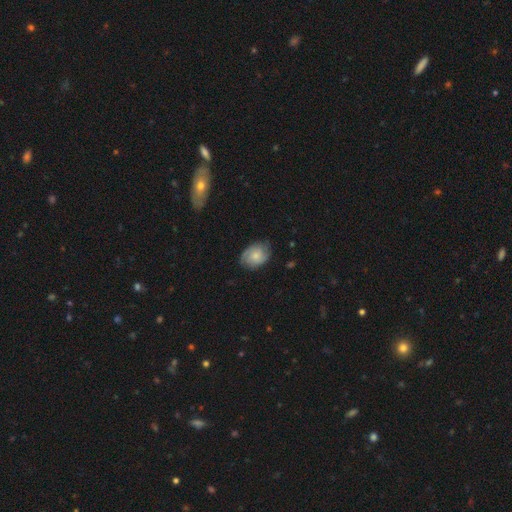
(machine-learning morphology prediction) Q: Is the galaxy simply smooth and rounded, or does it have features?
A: featured or disk — 49%.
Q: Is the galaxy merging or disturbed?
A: none — 72%.